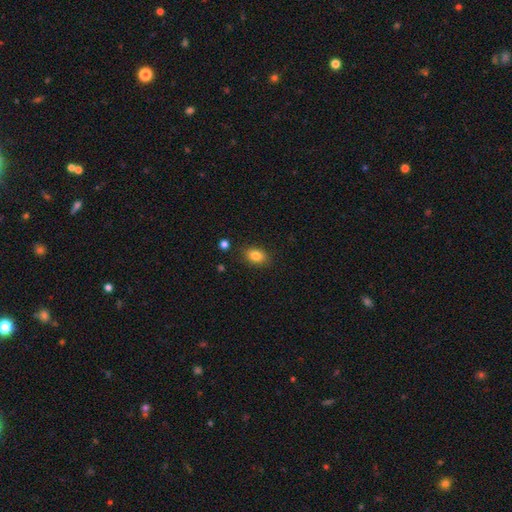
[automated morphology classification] A smooth galaxy with no disk features (83%) that is in between round and cigar-shaped (76%). Merging: none (86%).